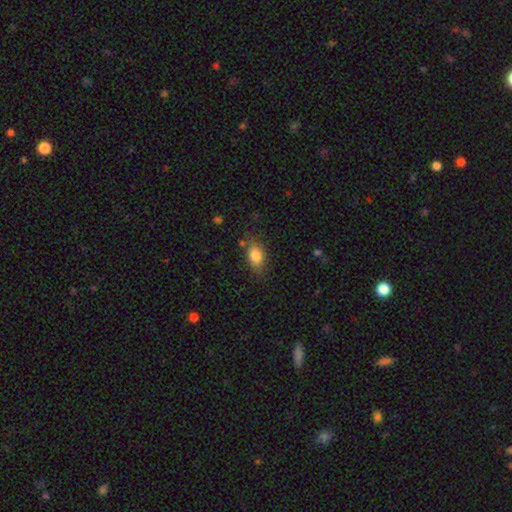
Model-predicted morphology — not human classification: Smooth or featured? smooth (83%)
How rounded? in between (84%)
Merging? none (76%)